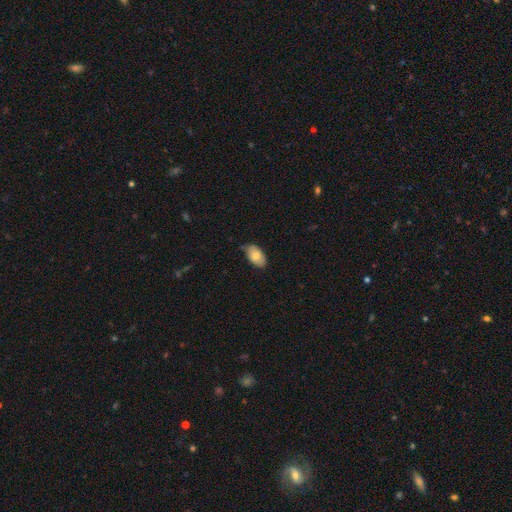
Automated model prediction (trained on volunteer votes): A smooth galaxy with no disk features (78%) that is in between round and cigar-shaped (94%).

Vote fractions:
- Smooth or featured? smooth: 78% / featured or disk: 15% / star or artifact: 7%
- How rounded? in between: 94% / round: 4% / cigar-shaped: 2%
- Merging? none: 75% / minor disturbance: 21% / major disturbance: 3% / merger: 1%